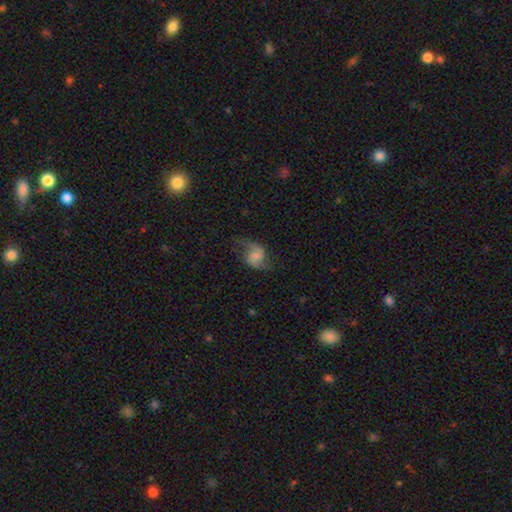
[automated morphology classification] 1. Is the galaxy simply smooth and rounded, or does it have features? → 72% featured or disk, 20% smooth, 8% star or artifact.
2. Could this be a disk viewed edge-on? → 98% no, 2% yes.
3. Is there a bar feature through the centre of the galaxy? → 48% no, 41% weak, 11% strong.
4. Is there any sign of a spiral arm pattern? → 95% yes, 5% no.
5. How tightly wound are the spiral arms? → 63% loose, 30% medium, 6% tight.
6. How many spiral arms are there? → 91% 2, 3% 1, 3% can't tell, 1% 3, 1% 4, 1% more than 4.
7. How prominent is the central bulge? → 37% none, 31% small, 21% moderate, 7% large, 2% dominant.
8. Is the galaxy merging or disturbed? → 67% none, 19% minor disturbance, 12% major disturbance, 2% merger.